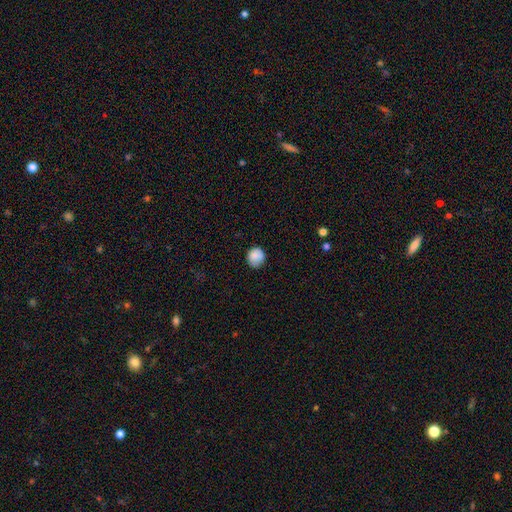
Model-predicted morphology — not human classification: This is clearly a smooth galaxy (86%). How rounded: clearly round (82%). Merging: likely none (77%).